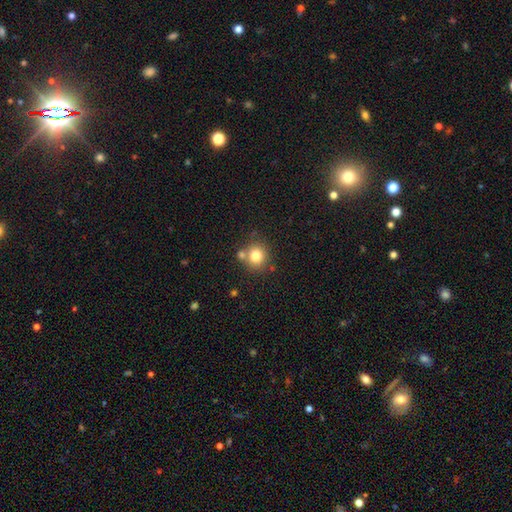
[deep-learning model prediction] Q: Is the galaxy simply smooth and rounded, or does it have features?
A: smooth — 79%.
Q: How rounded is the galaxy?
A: round — 86%.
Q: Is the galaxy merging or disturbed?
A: none — 68%.